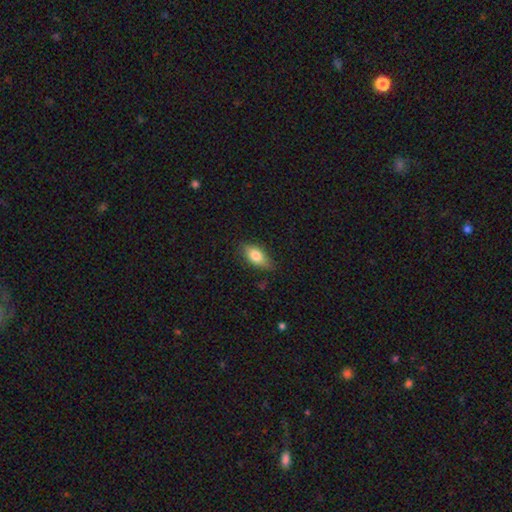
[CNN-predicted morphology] A smooth galaxy with no disk features (77%) that is in between round and cigar-shaped (85%).

Vote fractions:
- Smooth or featured? smooth: 77% / featured or disk: 16% / star or artifact: 8%
- How rounded? in between: 85% / cigar-shaped: 10% / round: 6%
- Merging? none: 77% / minor disturbance: 19% / major disturbance: 3% / merger: 1%